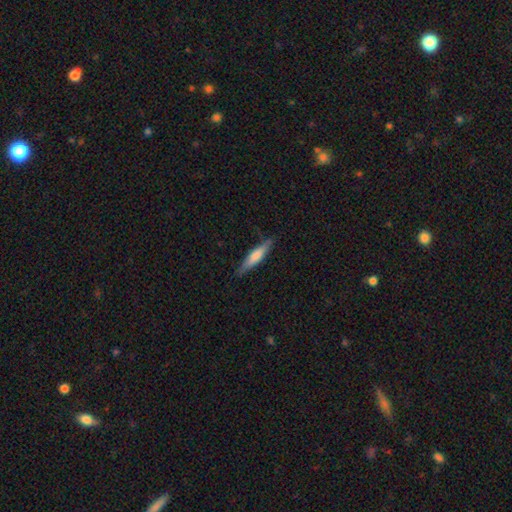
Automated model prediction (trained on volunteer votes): A smooth galaxy with no disk features (53%) that is cigar-shaped (88%). Merging: none (85%).